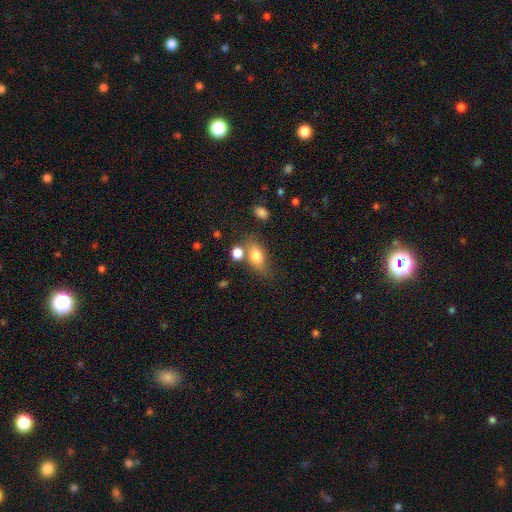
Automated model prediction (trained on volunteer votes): smooth-or-featured: smooth: 78% | featured or disk: 12% | star or artifact: 9%
  how-rounded: in between: 81% | round: 14% | cigar-shaped: 5%
  merging: none: 57% | merger: 19% | minor disturbance: 17% | major disturbance: 7%